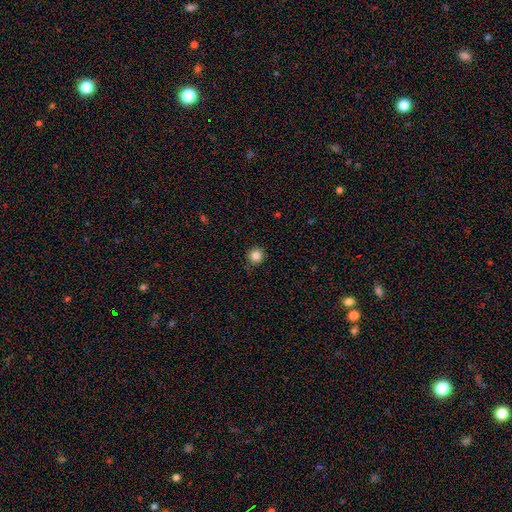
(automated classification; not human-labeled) smooth-or-featured: smooth: 84% | star or artifact: 11% | featured or disk: 5%
  how-rounded: round: 93% | in between: 6% | cigar-shaped: 1%
  merging: none: 84% | minor disturbance: 13% | major disturbance: 3% | merger: 1%